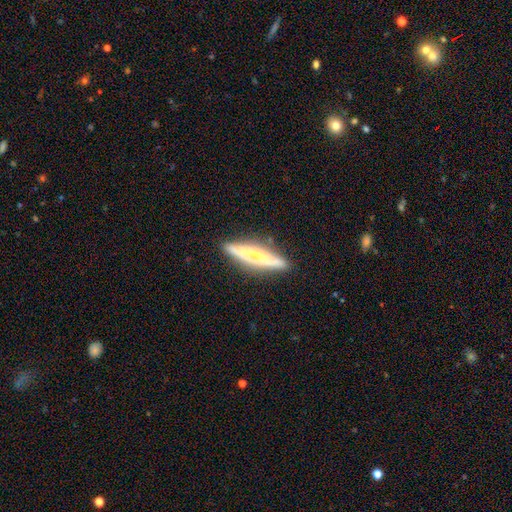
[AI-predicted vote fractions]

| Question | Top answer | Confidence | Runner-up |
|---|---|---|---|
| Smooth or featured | featured or disk | 54% | smooth (39%) |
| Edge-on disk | yes | 86% | no (14%) |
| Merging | none | 84% | minor disturbance (12%) |